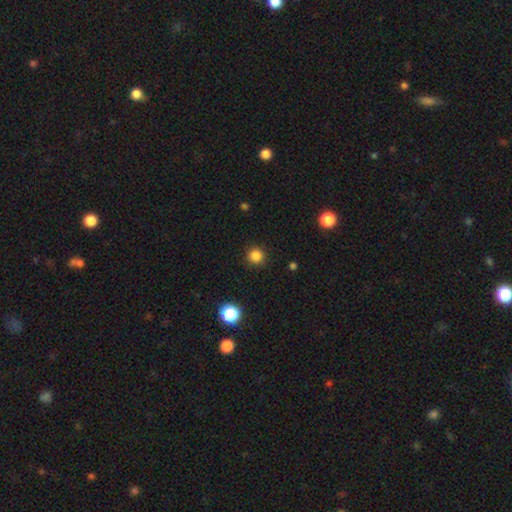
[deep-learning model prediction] smooth_or_featured: smooth (p=0.84) [alt: star or artifact p=0.13]
how_rounded: round (p=0.94) [alt: in between p=0.05]
merging: none (p=0.91) [alt: minor disturbance p=0.06]